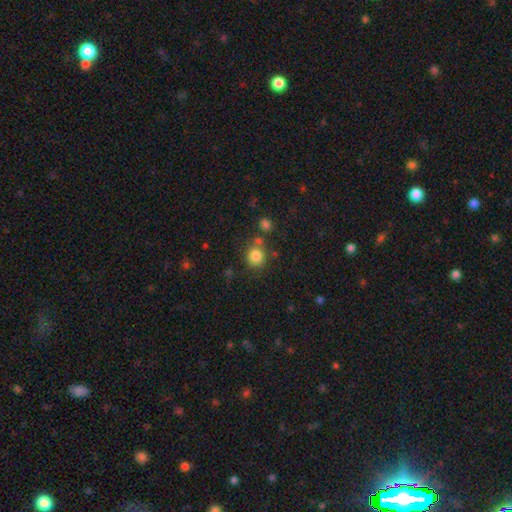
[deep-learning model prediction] Smooth or featured: smooth — 83% (star or artifact — 11%)
How rounded: round — 84% (in between — 15%)
Merging: none — 72% (merger — 13%)